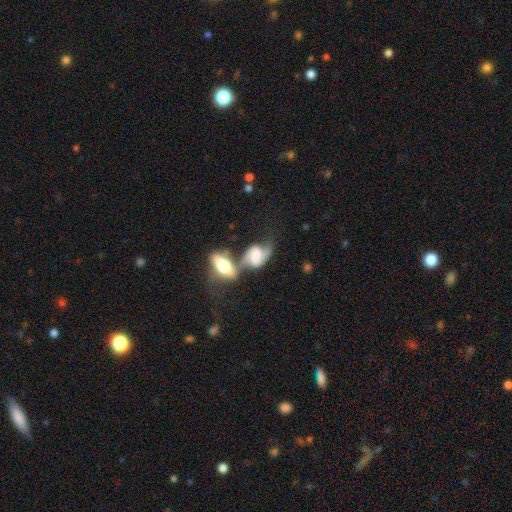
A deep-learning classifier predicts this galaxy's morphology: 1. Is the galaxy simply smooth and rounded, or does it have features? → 70% featured or disk, 23% smooth, 7% star or artifact.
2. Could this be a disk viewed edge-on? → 93% no, 7% yes.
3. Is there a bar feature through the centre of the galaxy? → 41% no (tied), 41% weak (tied), 18% strong.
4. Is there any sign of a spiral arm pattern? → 92% yes, 8% no.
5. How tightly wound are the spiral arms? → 57% loose, 34% medium, 10% tight.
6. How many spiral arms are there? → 87% 2, 5% can't tell, 5% 1, 1% 3, 1% 4, 1% more than 4.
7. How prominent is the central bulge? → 35% moderate, 27% large, 20% small, 13% none, 5% dominant.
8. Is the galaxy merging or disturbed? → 49% merger, 28% none, 13% minor disturbance, 10% major disturbance.